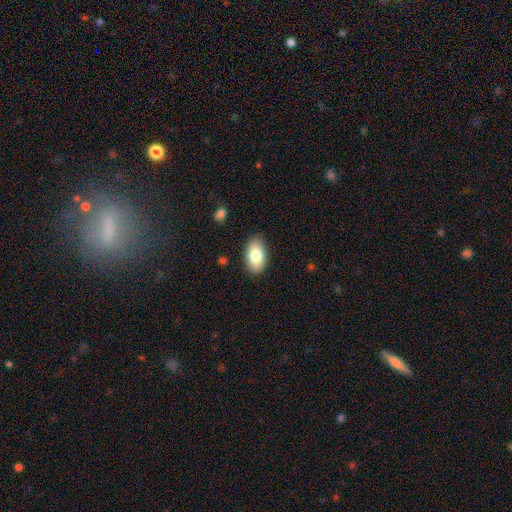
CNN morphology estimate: Q: Smooth or featured?
A: smooth (81%); runner-up: featured or disk (12%)
Q: How rounded?
A: in between (94%); runner-up: round (5%)
Q: Merging?
A: none (87%); runner-up: minor disturbance (9%)